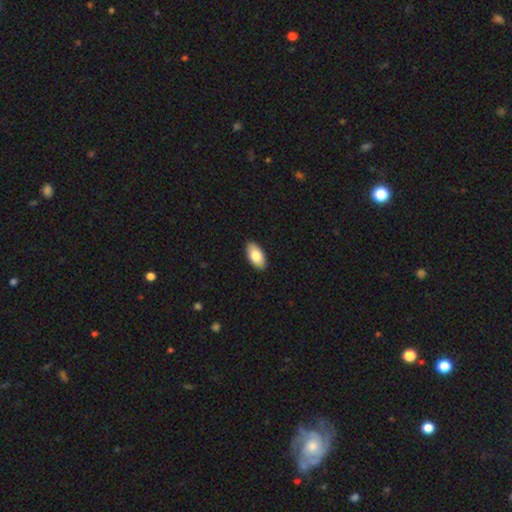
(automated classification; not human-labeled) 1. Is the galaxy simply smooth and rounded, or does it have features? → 81% smooth, 13% featured or disk, 6% star or artifact.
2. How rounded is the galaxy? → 95% in between, 3% cigar-shaped, 3% round.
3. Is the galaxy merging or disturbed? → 90% none, 7% minor disturbance, 1% major disturbance, 1% merger.